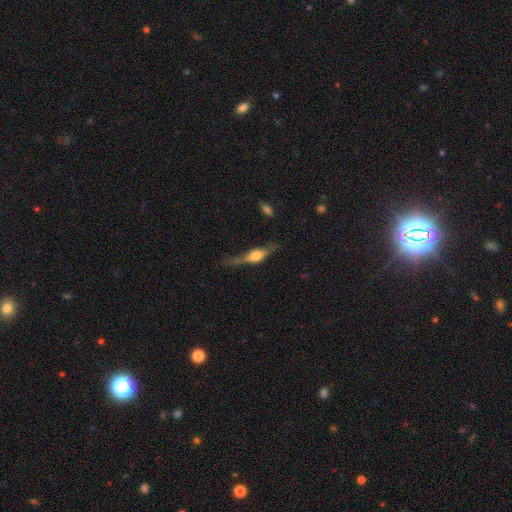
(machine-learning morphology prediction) type=featured or disk (65%); edge-on=yes (94%); edge-on bulge=rounded (91%); merging=none (63%).